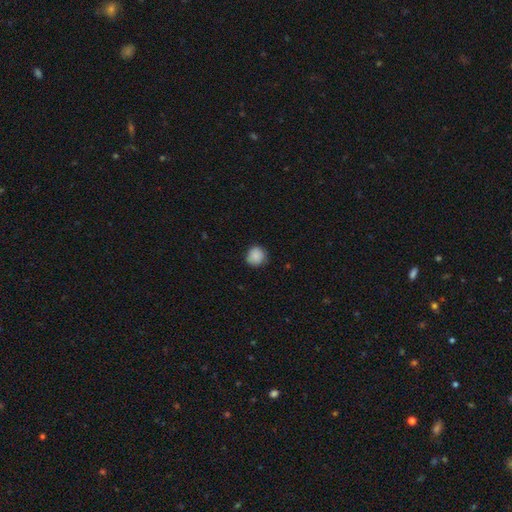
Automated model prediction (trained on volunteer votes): smooth-or-featured: smooth: 89% | star or artifact: 8% | featured or disk: 3%
  how-rounded: round: 92% | in between: 7% | cigar-shaped: 1%
  merging: none: 87% | minor disturbance: 10% | major disturbance: 2% | merger: 1%